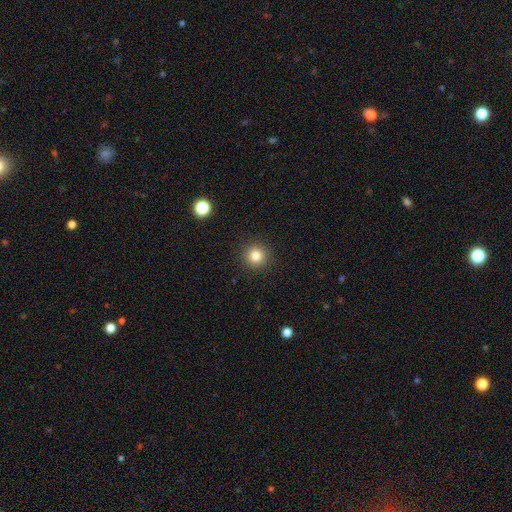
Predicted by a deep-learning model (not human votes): Smooth or featured: smooth — 82% (star or artifact — 12%)
How rounded: round — 95% (in between — 4%)
Merging: none — 92% (minor disturbance — 5%)